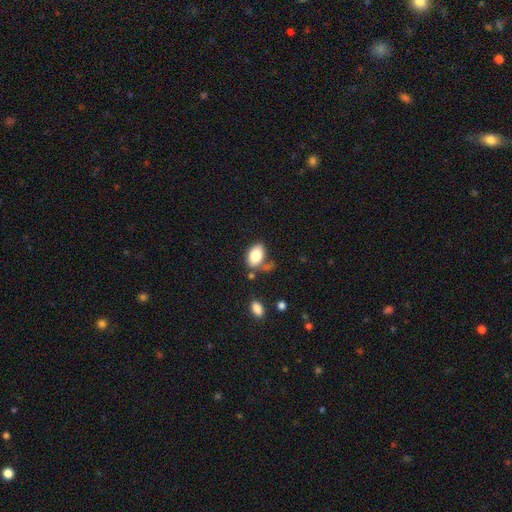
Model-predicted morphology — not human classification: A smooth galaxy with no disk features (82%) that is in between round and cigar-shaped (89%).

Vote fractions:
- Smooth or featured? smooth: 82% / featured or disk: 10% / star or artifact: 7%
- How rounded? in between: 89% / round: 10% / cigar-shaped: 1%
- Merging? none: 59% / minor disturbance: 21% / merger: 12% / major disturbance: 8%